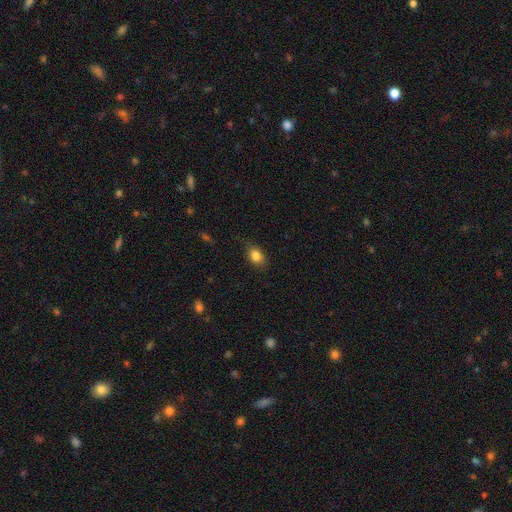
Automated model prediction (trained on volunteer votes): smooth_or_featured: smooth (p=0.84) [alt: star or artifact p=0.09]
how_rounded: in between (p=0.76) [alt: round p=0.22]
merging: none (p=0.77) [alt: minor disturbance p=0.18]